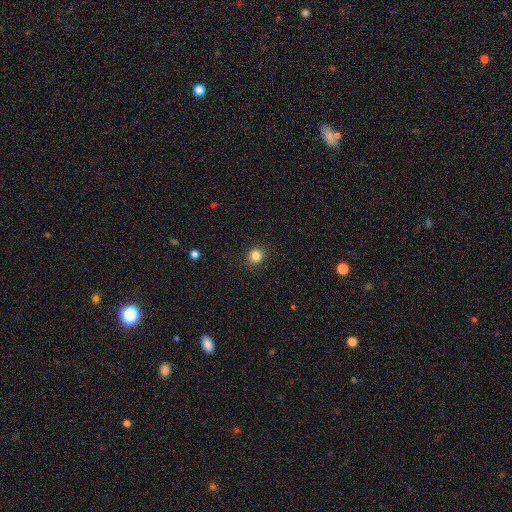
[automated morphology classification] Smooth or featured? smooth (84%)
How rounded? round (85%)
Merging? none (89%)